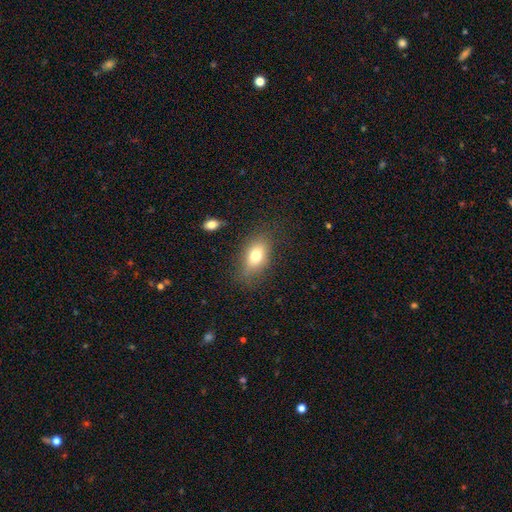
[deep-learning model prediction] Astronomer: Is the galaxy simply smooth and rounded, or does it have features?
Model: smooth — 74%.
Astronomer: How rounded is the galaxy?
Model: in between — 83%.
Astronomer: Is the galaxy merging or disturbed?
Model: none — 76%.